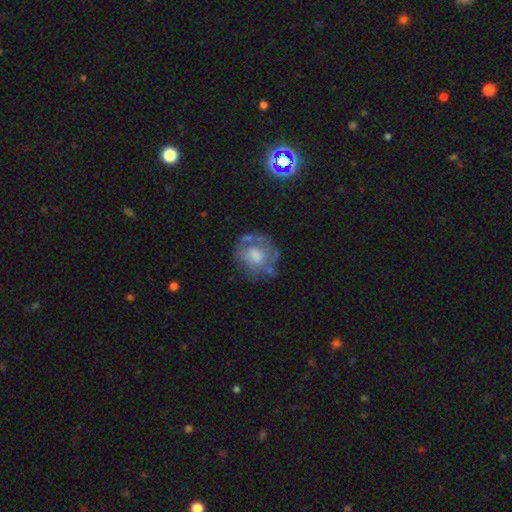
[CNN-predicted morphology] This appears to be a featured or disk galaxy (58%) with no bar (77%), spiral arms (57%) and a moderate central bulge (41%). Merging: none (58%).